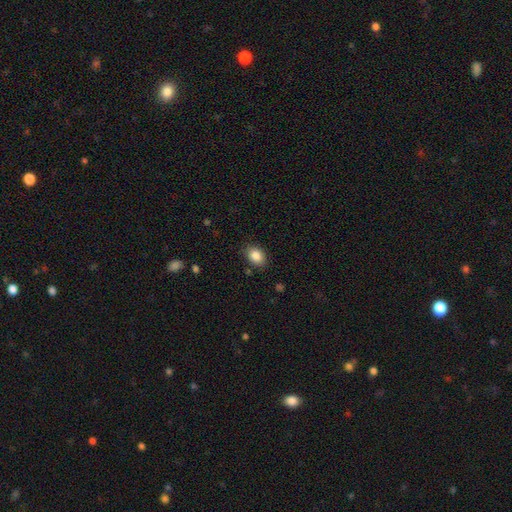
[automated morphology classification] type=smooth (87%); roundness=in between (71%); merging=none (83%).